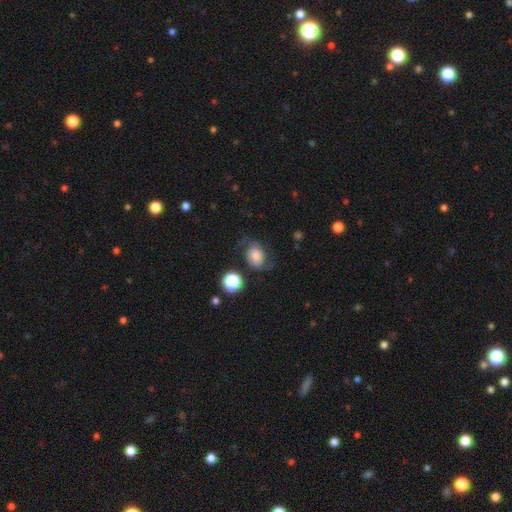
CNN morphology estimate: Overall: featured or disk (44%, tied with smooth). Merging: none (55%; minor disturbance 23%).